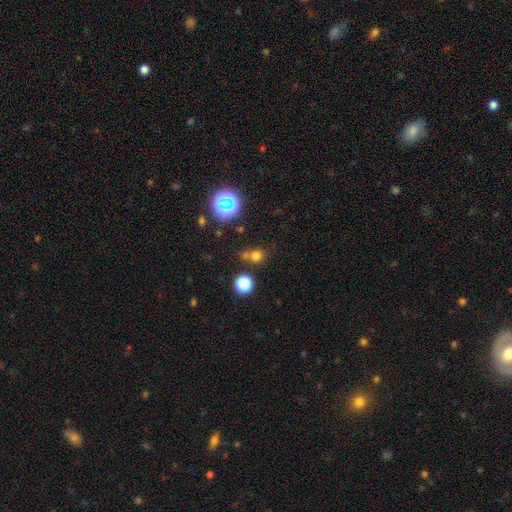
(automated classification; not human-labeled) smooth-or-featured: smooth: 67% | star or artifact: 26% | featured or disk: 7%
  how-rounded: round: 88% | in between: 11% | cigar-shaped: 1%
  merging: none: 65% | merger: 23% | minor disturbance: 9% | major disturbance: 4%